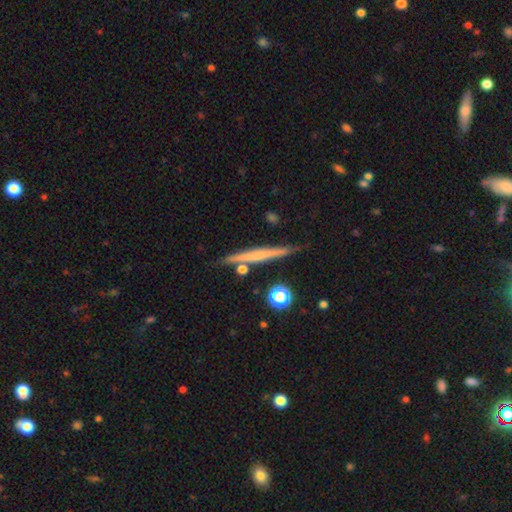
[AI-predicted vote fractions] featured or disk 54%, smooth 39%, star or artifact 7%. Down the decision tree: edge-on disk — yes (97%); edge-on bulge — none (65%); merging — none (83%).